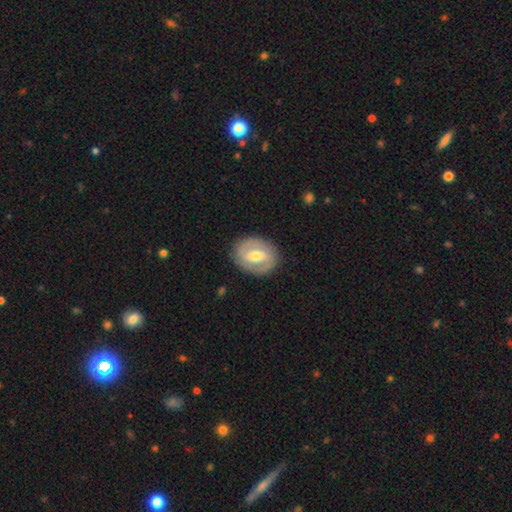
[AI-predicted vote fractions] A featured or disk galaxy (66%) with a weak bar (43%), spiral arms (64%) and a moderate central bulge (65%).

Vote fractions:
- Smooth or featured? featured or disk: 66% / smooth: 29% / star or artifact: 5%
- Edge-on disk? no: 96% / yes: 4%
- Bar? weak: 43% / strong: 40% / no: 17%
- Spiral arms? yes: 64% / no: 36%
- Bulge size? moderate: 65% / small: 27% / large: 6% / none: 1% / dominant: 1%
- Merging? none: 86% / minor disturbance: 9% / major disturbance: 3% / merger: 1%